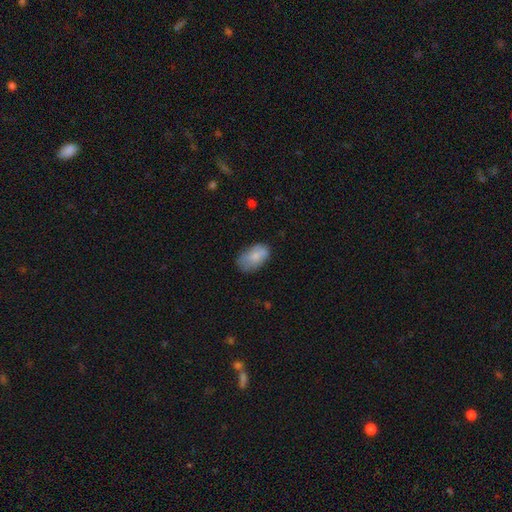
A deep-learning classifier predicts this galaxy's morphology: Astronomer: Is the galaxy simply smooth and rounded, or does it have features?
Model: smooth — 77%.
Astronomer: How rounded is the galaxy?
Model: in between — 92%.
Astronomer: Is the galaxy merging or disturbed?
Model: none — 64%.